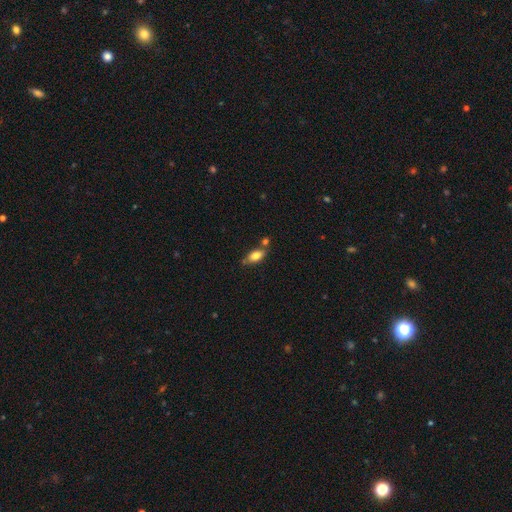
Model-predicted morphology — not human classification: smooth-or-featured: smooth: 77% | featured or disk: 15% | star or artifact: 8%
  how-rounded: in between: 84% | cigar-shaped: 12% | round: 4%
  merging: none: 63% | minor disturbance: 17% | merger: 16% | major disturbance: 4%